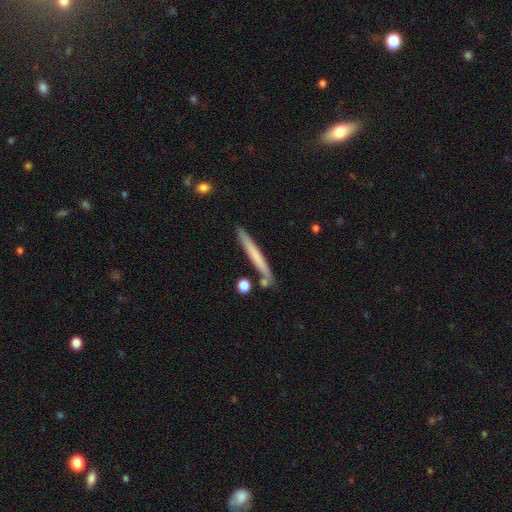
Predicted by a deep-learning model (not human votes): smooth 61%, featured or disk 33%, star or artifact 6%. Down the decision tree: how rounded — cigar-shaped (97%); merging — none (84%).